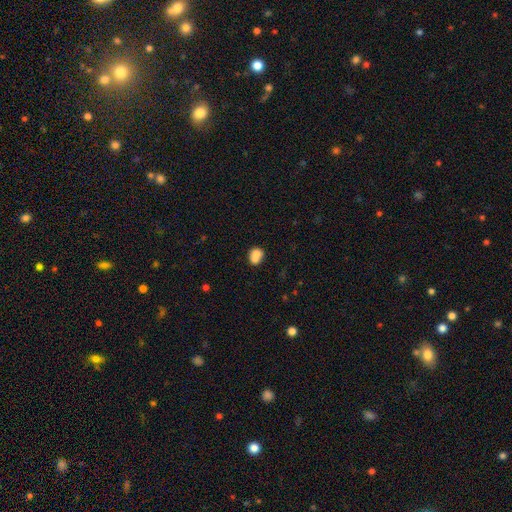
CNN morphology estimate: Q: Smooth or featured?
A: smooth (76%); runner-up: featured or disk (14%)
Q: How rounded?
A: round (56%); runner-up: in between (43%)
Q: Merging?
A: merger (52%); runner-up: none (33%)